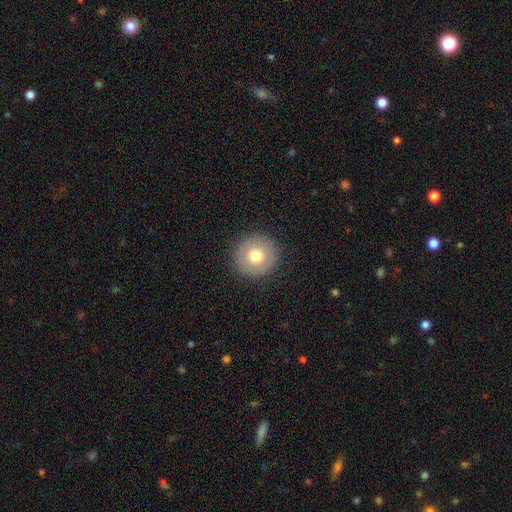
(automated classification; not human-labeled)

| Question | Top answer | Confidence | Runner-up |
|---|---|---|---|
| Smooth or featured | smooth | 72% | featured or disk (18%) |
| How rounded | round | 96% | in between (3%) |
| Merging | none | 91% | minor disturbance (6%) |